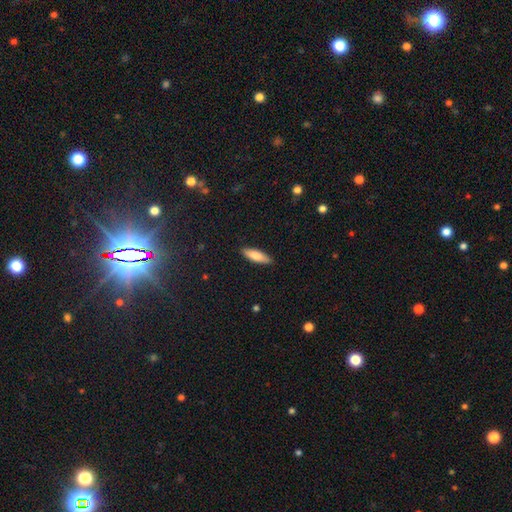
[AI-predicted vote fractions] Morphology: type=smooth (80%); roundness=cigar-shaped (55%); merging=none (89%).